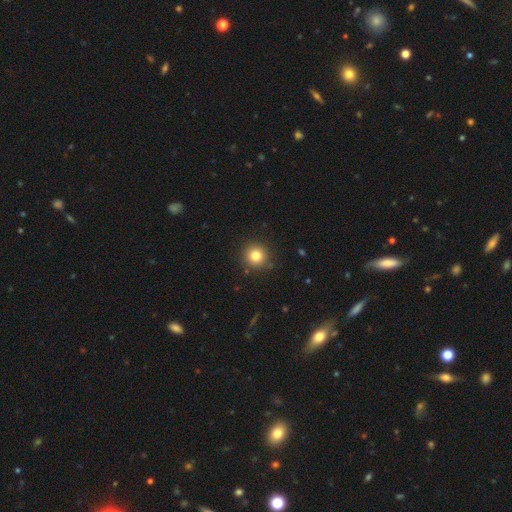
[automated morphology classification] smooth_or_featured: smooth (p=0.81) [alt: star or artifact p=0.12]
how_rounded: round (p=0.94) [alt: in between p=0.06]
merging: none (p=0.88) [alt: minor disturbance p=0.08]